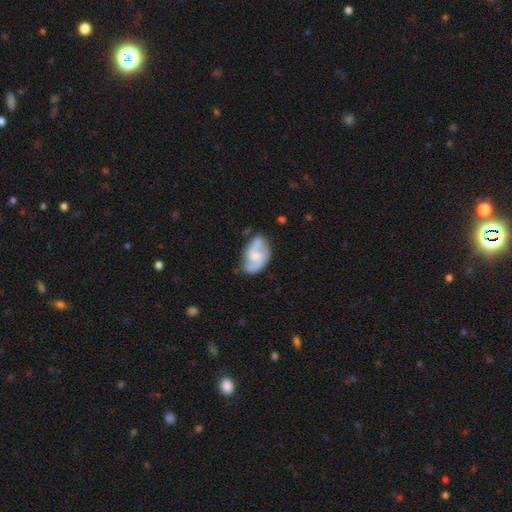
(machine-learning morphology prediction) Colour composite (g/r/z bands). It shows a featured or disk galaxy (70%) with no bar (53%), 2 (79%) medium (49%) spiral arms (87%) and a small central bulge (38%). Merging: none (56%).